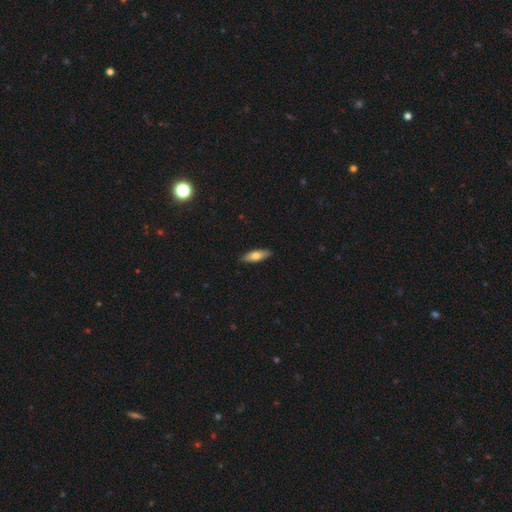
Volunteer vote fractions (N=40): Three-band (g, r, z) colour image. It shows a smooth galaxy with no disk features (65%) that is in between round and cigar-shaped (73%). Merging: none (78%).